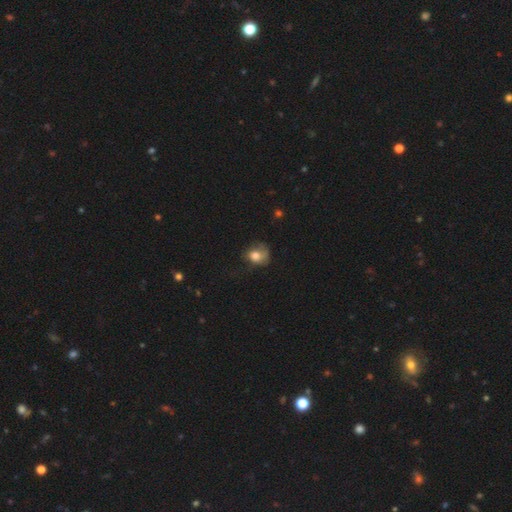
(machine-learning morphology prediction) The model was most divided on "merging": none: 37%, major disturbance: 31%, minor disturbance: 30%, merger: 2%. More confident: smooth or featured — smooth (68%); how rounded — round (59%).